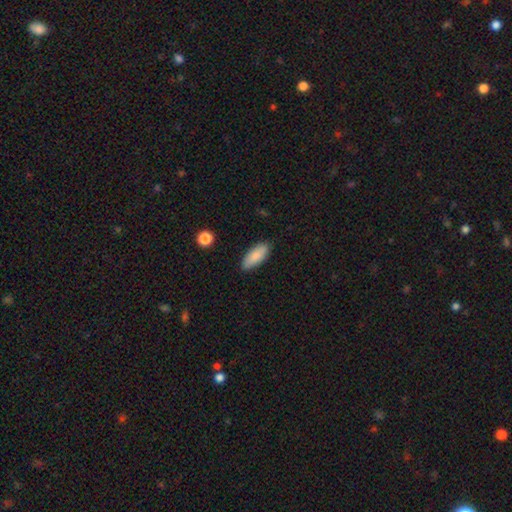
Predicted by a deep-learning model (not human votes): This is clearly a smooth galaxy (86%). How rounded: likely in between (79%). Merging: clearly none (86%).